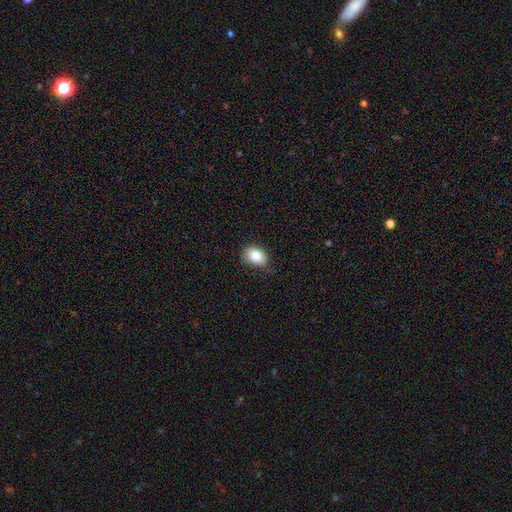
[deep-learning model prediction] Smooth or featured: smooth — 81% (featured or disk — 10%)
How rounded: in between — 67% (round — 32%)
Merging: none — 75% (minor disturbance — 20%)